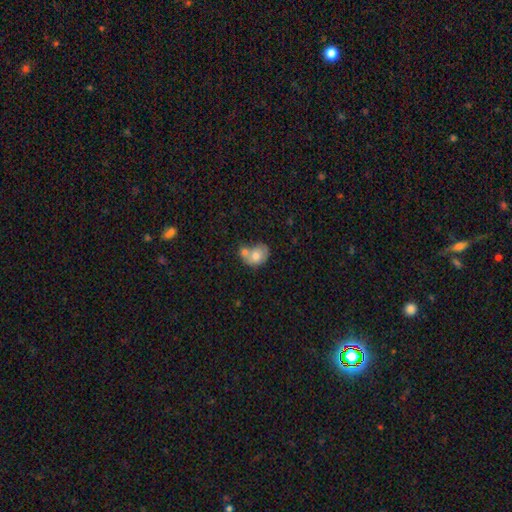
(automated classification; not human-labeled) smooth_or_featured: smooth (p=0.70) [alt: featured or disk p=0.23]
how_rounded: in between (p=0.51) [alt: round p=0.48]
merging: merger (p=0.58) [alt: none p=0.24]